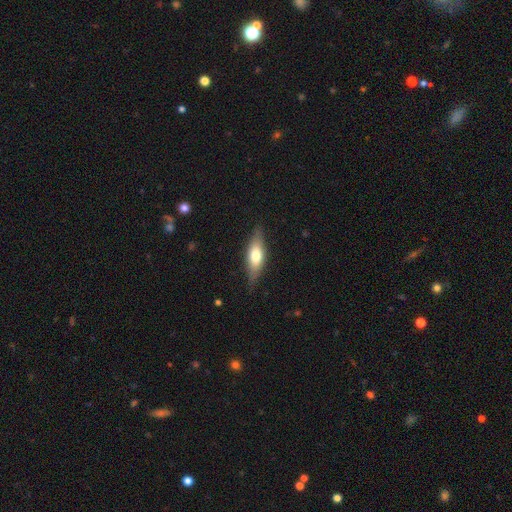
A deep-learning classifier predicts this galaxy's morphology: Smooth or featured: smooth — 57% (featured or disk — 37%)
How rounded: in between — 54% (cigar-shaped — 44%)
Merging: none — 82% (minor disturbance — 14%)